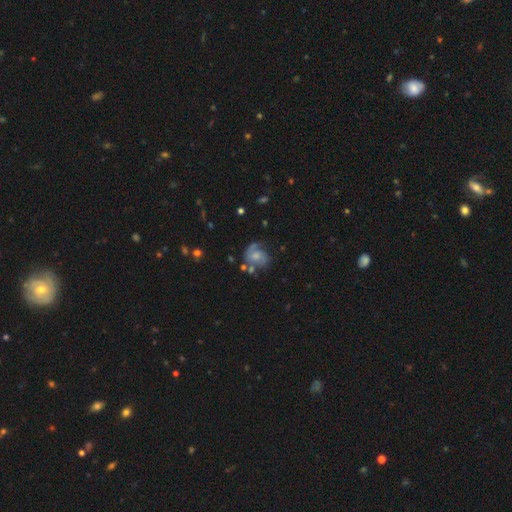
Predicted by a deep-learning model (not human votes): Morphology: type=featured or disk (67%); edge-on=no (98%); bar=no (69%); spiral arms=yes (88%); winding=medium (43%); arm count=2 (49%); bulge=small (42%); merging=none (52%).